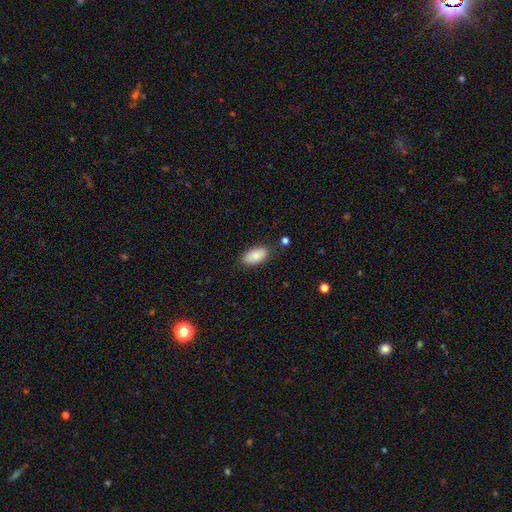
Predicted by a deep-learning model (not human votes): A smooth galaxy with no disk features (86%) that is in between round and cigar-shaped (94%).

Vote fractions:
- Smooth or featured? smooth: 86% / featured or disk: 7% / star or artifact: 7%
- How rounded? in between: 94% / cigar-shaped: 3% / round: 3%
- Merging? none: 83% / minor disturbance: 12% / major disturbance: 3% / merger: 2%